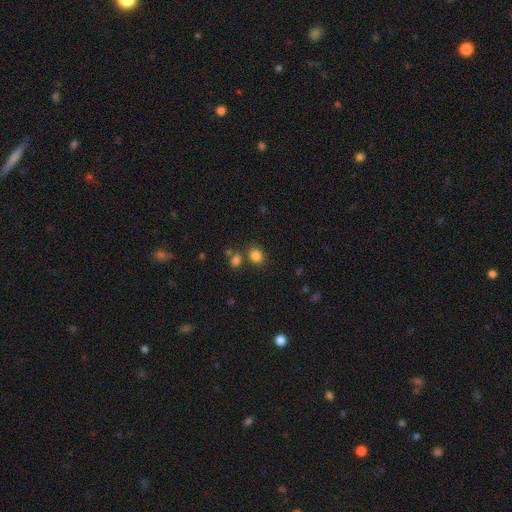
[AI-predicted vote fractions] Q: Smooth or featured?
A: smooth (83%); runner-up: star or artifact (12%)
Q: How rounded?
A: round (56%); runner-up: in between (43%)
Q: Merging?
A: none (74%); runner-up: merger (12%)